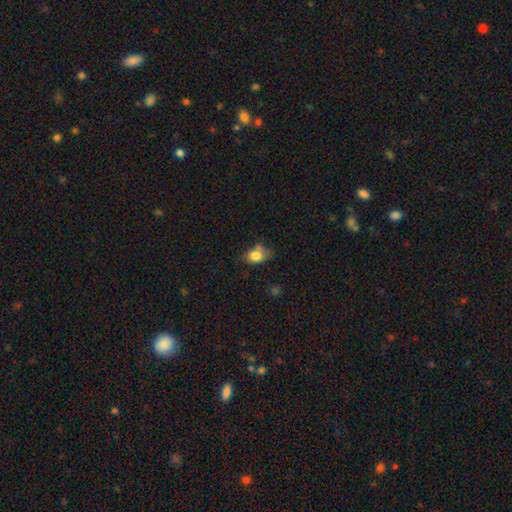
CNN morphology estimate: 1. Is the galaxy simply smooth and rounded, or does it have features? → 79% smooth, 12% featured or disk, 9% star or artifact.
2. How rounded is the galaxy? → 72% in between, 26% round, 2% cigar-shaped.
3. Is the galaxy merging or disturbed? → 50% none, 30% minor disturbance, 11% merger, 9% major disturbance.